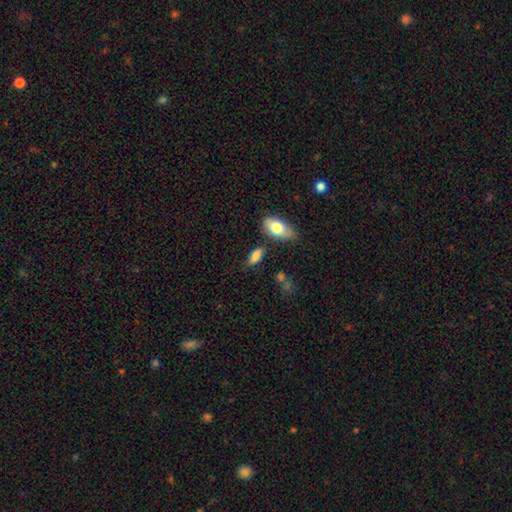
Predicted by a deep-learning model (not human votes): Smooth or featured: smooth — 82% (featured or disk — 10%)
How rounded: in between — 78% (cigar-shaped — 18%)
Merging: none — 69% (minor disturbance — 17%)